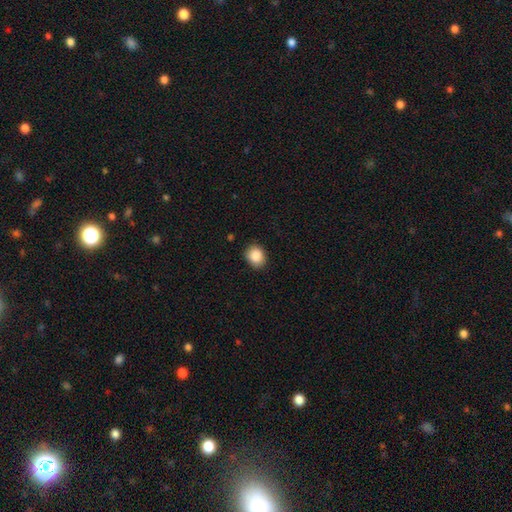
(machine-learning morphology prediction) A smooth galaxy with no disk features (88%) that is round (60%).

Vote fractions:
- Smooth or featured? smooth: 88% / star or artifact: 8% / featured or disk: 3%
- How rounded? round: 60% / in between: 39% / cigar-shaped: 1%
- Merging? none: 86% / minor disturbance: 10% / major disturbance: 2% / merger: 1%